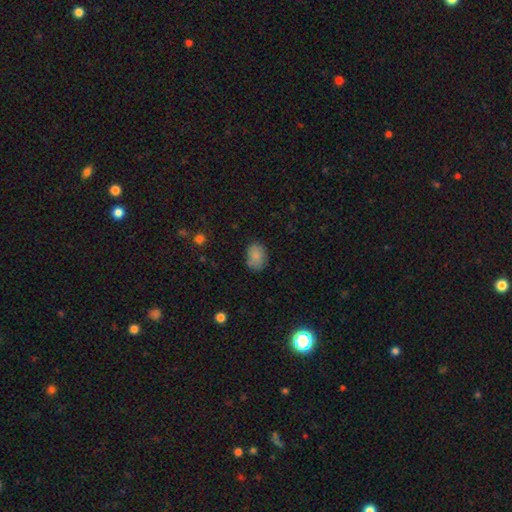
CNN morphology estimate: Q: Smooth or featured?
A: smooth (82%); runner-up: star or artifact (9%)
Q: How rounded?
A: in between (73%); runner-up: round (26%)
Q: Merging?
A: none (74%); runner-up: minor disturbance (18%)